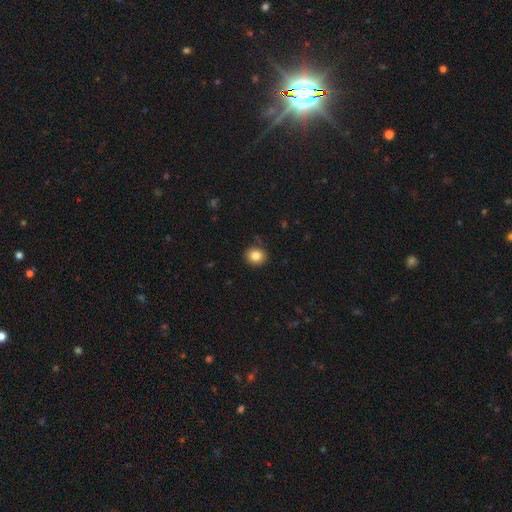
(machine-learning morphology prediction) smooth-or-featured: smooth: 83% | star or artifact: 10% | featured or disk: 7%
  how-rounded: round: 80% | in between: 19% | cigar-shaped: 1%
  merging: none: 90% | minor disturbance: 7% | major disturbance: 2% | merger: 1%